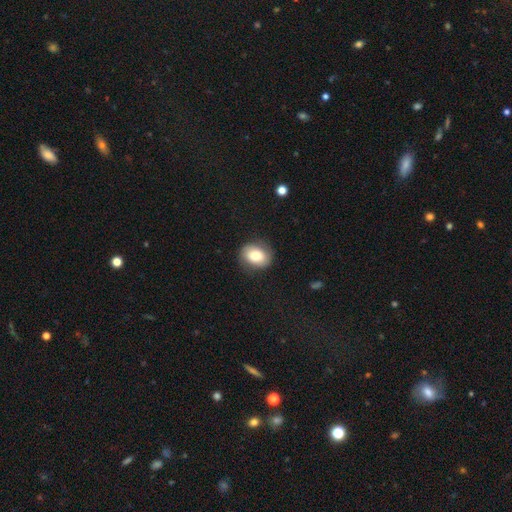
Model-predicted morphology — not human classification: smooth-or-featured: smooth: 77% | featured or disk: 15% | star or artifact: 8%
  how-rounded: in between: 60% | round: 38% | cigar-shaped: 1%
  merging: none: 81% | minor disturbance: 13% | major disturbance: 4% | merger: 1%